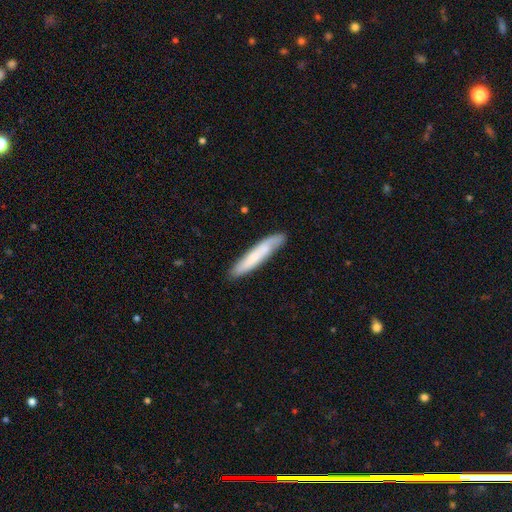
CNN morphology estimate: smooth 57%, featured or disk 36%, star or artifact 6%. Down the decision tree: how rounded — cigar-shaped (90%); merging — none (81%).